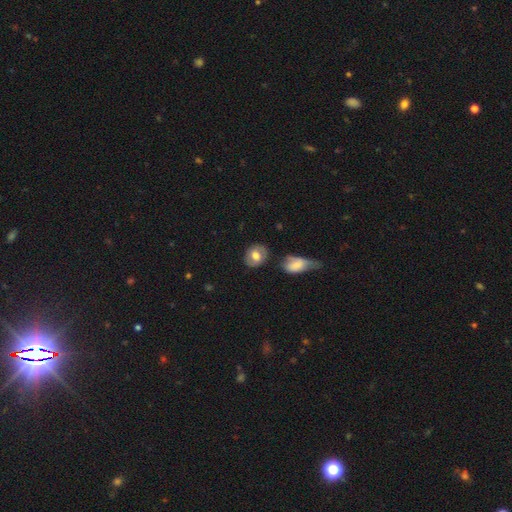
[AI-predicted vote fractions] A smooth galaxy with no disk features (68%) that is round (52%). Merging: none (76%).